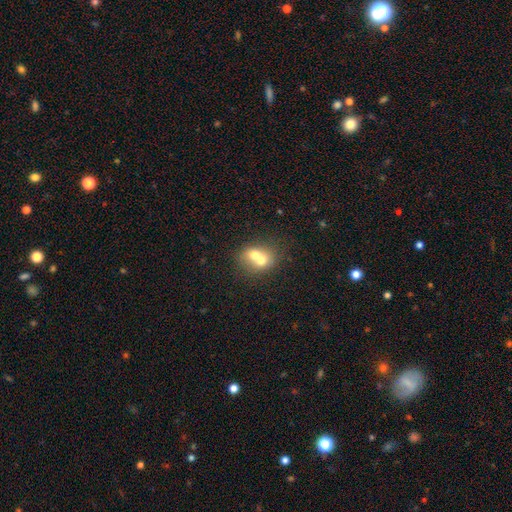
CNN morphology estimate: smooth-or-featured: smooth: 63% | featured or disk: 28% | star or artifact: 10%
  how-rounded: round: 58% | in between: 41% | cigar-shaped: 1%
  merging: merger: 71% | none: 21% | minor disturbance: 6% | major disturbance: 3%